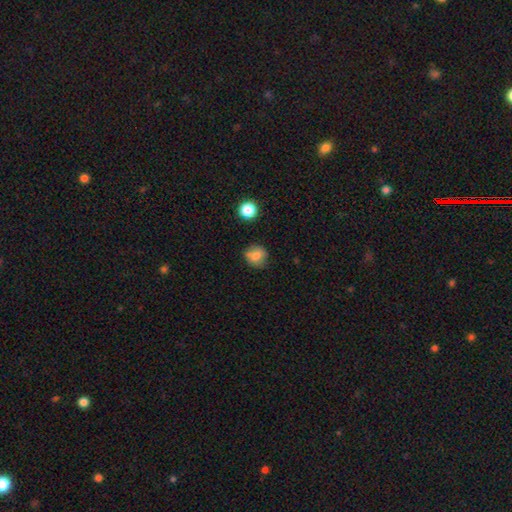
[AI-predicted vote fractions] This is likely a smooth galaxy (76%). How rounded: clearly round (85%). Merging: likely none (74%).